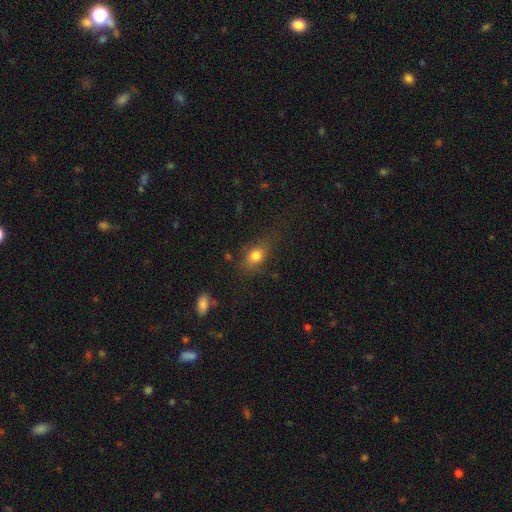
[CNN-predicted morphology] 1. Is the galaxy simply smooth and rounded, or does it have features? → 78% smooth, 11% featured or disk, 11% star or artifact.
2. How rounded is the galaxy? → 69% in between, 26% round, 5% cigar-shaped.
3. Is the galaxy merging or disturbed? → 68% none, 21% minor disturbance, 9% major disturbance, 2% merger.